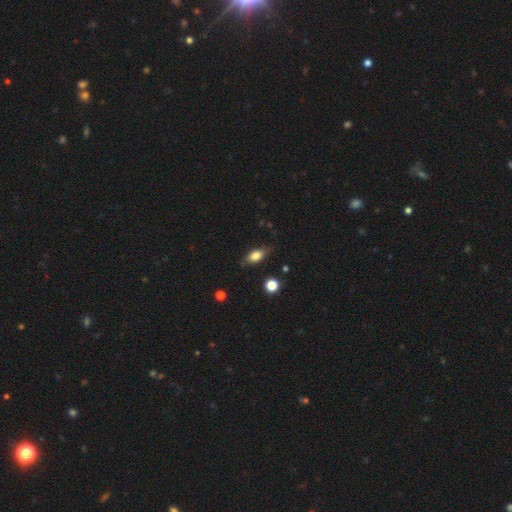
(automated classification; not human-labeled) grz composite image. It shows a smooth galaxy with no disk features (76%) that is in between round and cigar-shaped (81%). Merging: none (73%).